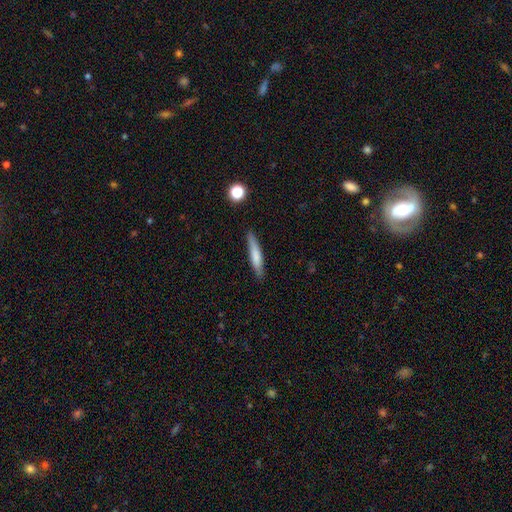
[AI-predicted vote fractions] smooth_or_featured: smooth (p=0.72) [alt: featured or disk p=0.21]
how_rounded: cigar-shaped (p=0.89) [alt: in between p=0.09]
merging: none (p=0.85) [alt: minor disturbance p=0.11]